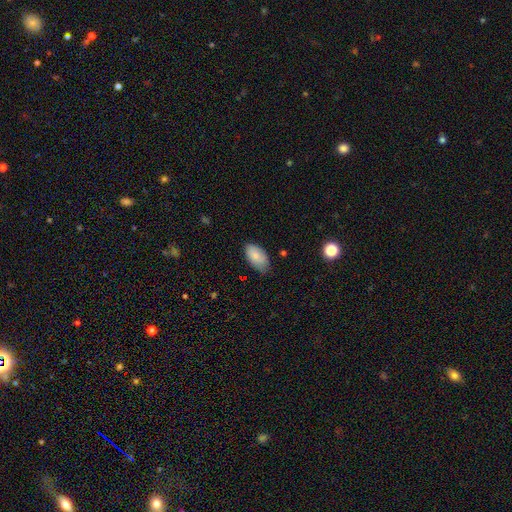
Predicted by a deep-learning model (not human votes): This appears to be a smooth galaxy with no disk features (82%) that is in between round and cigar-shaped (94%). Merging: none (68%).